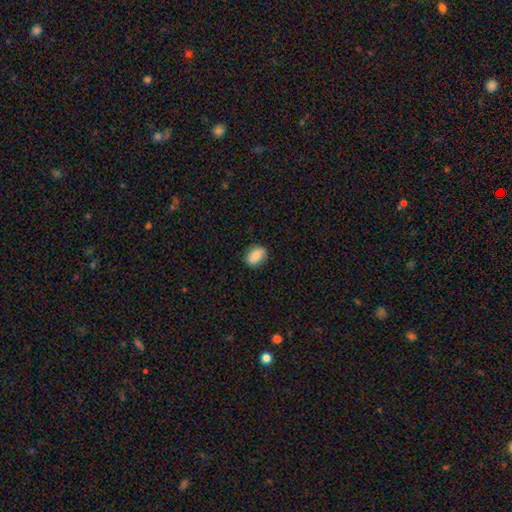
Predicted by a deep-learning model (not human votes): Overall: smooth (86%). How rounded: in between (81%). Merging: none (84%).